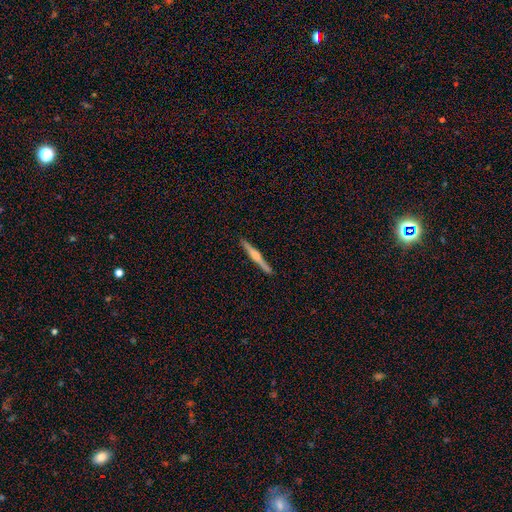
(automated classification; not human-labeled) A featured or disk galaxy (66%) viewed edge-on (98%) with a rounded central bulge (79%).

Vote fractions:
- Smooth or featured? featured or disk: 66% / smooth: 29% / star or artifact: 5%
- Edge-on disk? yes: 98% / no: 2%
- Edge-on bulge? rounded: 79% / boxy: 11% / none: 10%
- Merging? none: 92% / minor disturbance: 6% / major disturbance: 1% / merger: 1%